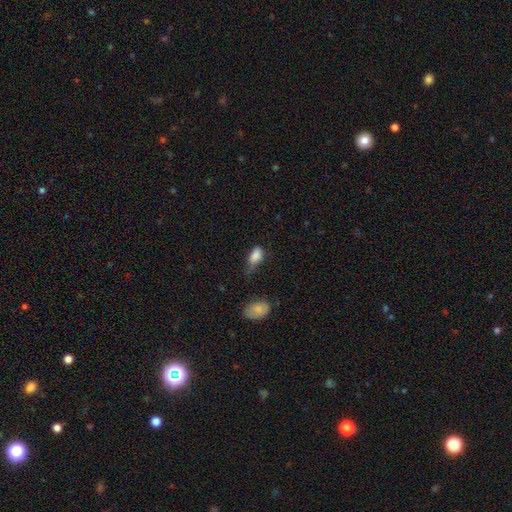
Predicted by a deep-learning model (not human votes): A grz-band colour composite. It shows a smooth galaxy with no disk features (84%) that is in between round and cigar-shaped (89%). Merging: minor disturbance (42%).